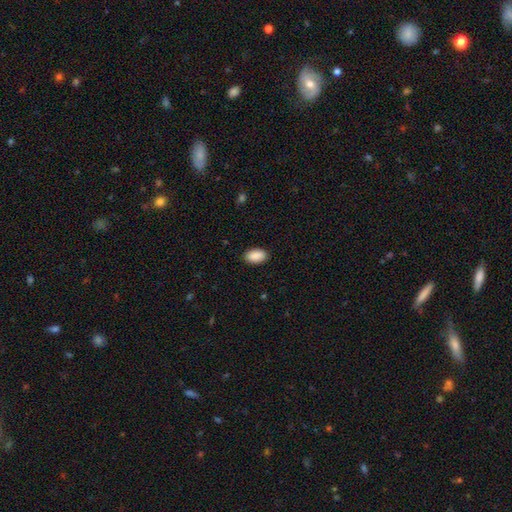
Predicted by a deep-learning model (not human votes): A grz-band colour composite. It shows a smooth galaxy with no disk features (91%) that is in between round and cigar-shaped (94%). Merging: none (89%).